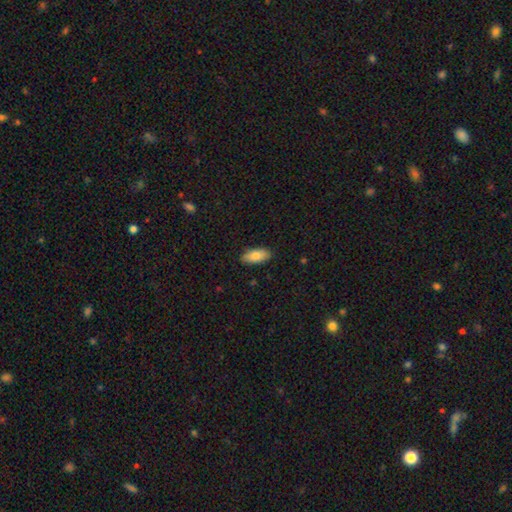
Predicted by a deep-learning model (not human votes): Overall: smooth (81%). How rounded: in between (88%). Merging: none (87%).